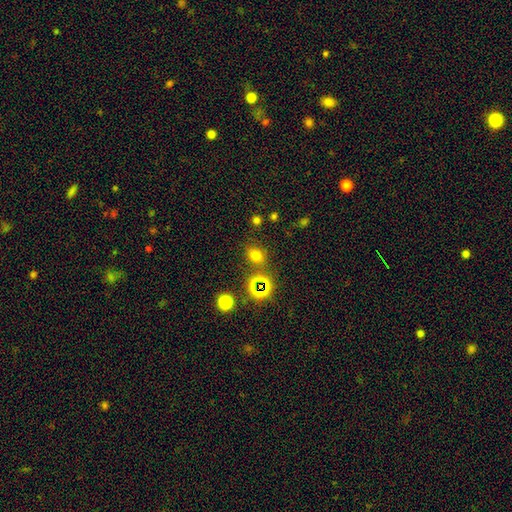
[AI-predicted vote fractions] This is likely a smooth galaxy (66%). How rounded: possibly round (55%). Merging: likely none (78%).